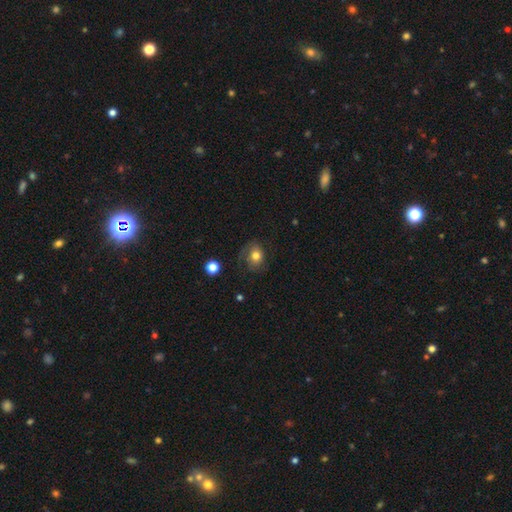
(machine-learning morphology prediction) Q: Smooth or featured?
A: smooth (56%); runner-up: featured or disk (33%)
Q: How rounded?
A: round (59%); runner-up: in between (40%)
Q: Merging?
A: none (60%); runner-up: minor disturbance (22%)